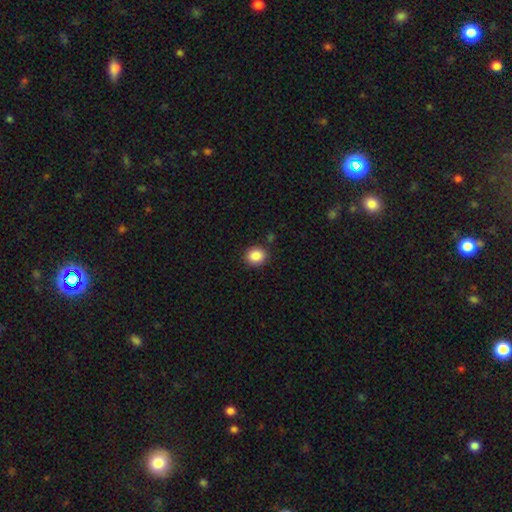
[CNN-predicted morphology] Smooth or featured: smooth — 87% (star or artifact — 9%)
How rounded: round — 78% (in between — 21%)
Merging: none — 88% (minor disturbance — 8%)